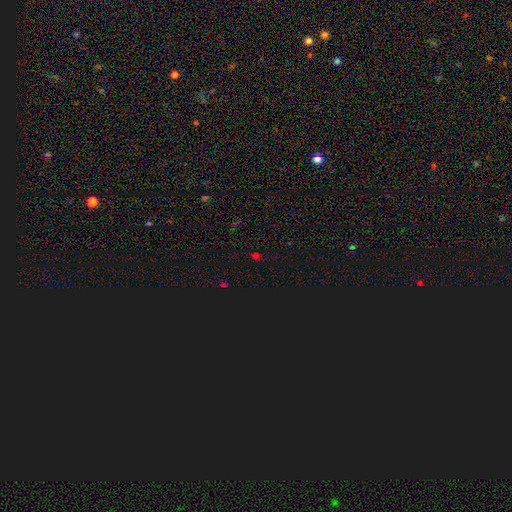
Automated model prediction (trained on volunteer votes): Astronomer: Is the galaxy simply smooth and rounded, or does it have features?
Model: star or artifact — 63%.